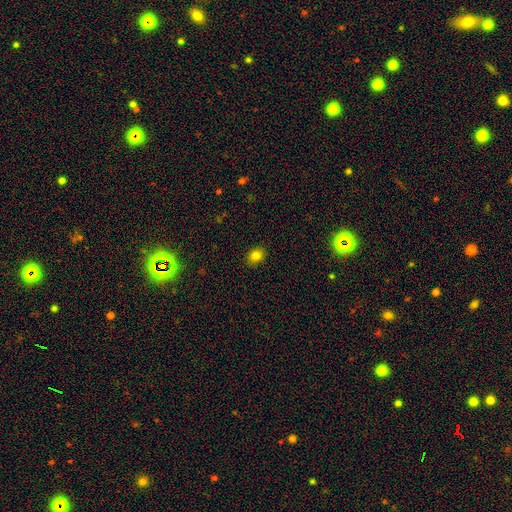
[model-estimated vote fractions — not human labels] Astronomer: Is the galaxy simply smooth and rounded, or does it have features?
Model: smooth — 81%.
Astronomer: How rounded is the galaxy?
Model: round — 51% (runner-up: in between, 48%).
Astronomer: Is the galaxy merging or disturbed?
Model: none — 89%.